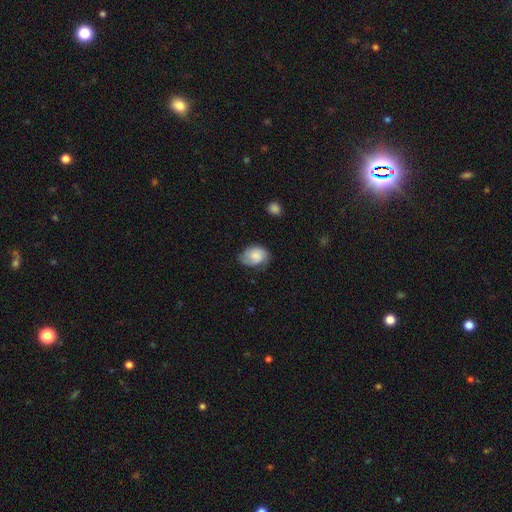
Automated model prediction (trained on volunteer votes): Smooth or featured: smooth — 60% (featured or disk — 32%)
How rounded: in between — 70% (round — 29%)
Merging: none — 60% (minor disturbance — 29%)